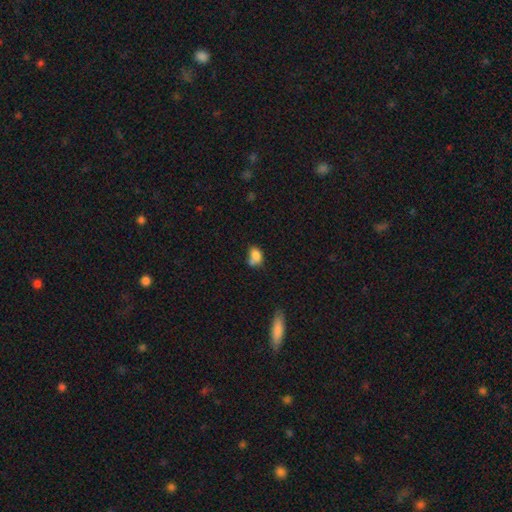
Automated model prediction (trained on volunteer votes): smooth_or_featured: smooth (p=0.78) [alt: featured or disk p=0.11]
how_rounded: in between (p=0.71) [alt: round p=0.27]
merging: none (p=0.38) [alt: merger p=0.31]